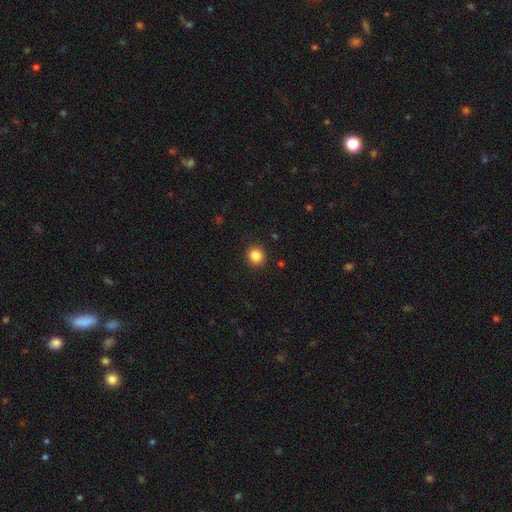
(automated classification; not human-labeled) Morphology: type=smooth (85%); roundness=round (90%); merging=none (92%).